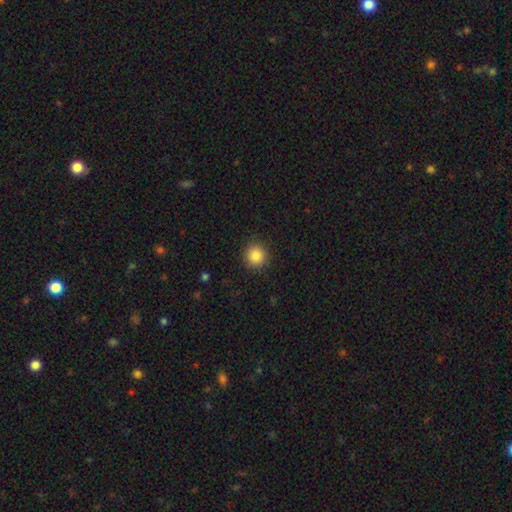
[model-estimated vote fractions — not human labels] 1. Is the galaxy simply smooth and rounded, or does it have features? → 86% smooth, 10% star or artifact, 4% featured or disk.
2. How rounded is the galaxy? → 93% round, 6% in between, 1% cigar-shaped.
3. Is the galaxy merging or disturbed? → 90% none, 6% minor disturbance, 2% major disturbance, 1% merger.